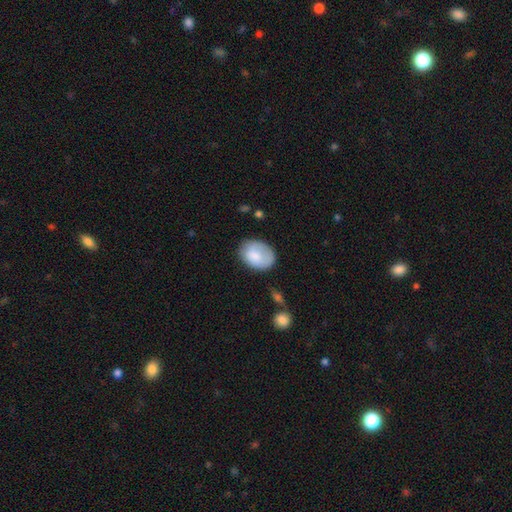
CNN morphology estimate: This appears to be a smooth galaxy with no disk features (81%) that is in between round and cigar-shaped (74%). Merging: none (67%).